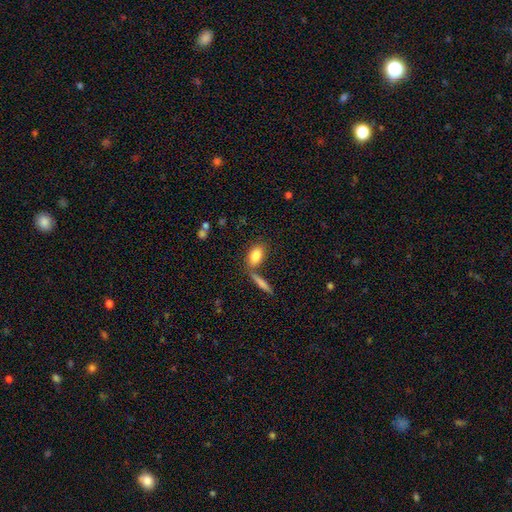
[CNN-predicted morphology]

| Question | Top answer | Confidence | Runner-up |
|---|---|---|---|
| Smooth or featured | smooth | 81% | featured or disk (11%) |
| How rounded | in between | 84% | cigar-shaped (9%) |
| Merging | none | 59% | merger (24%) |